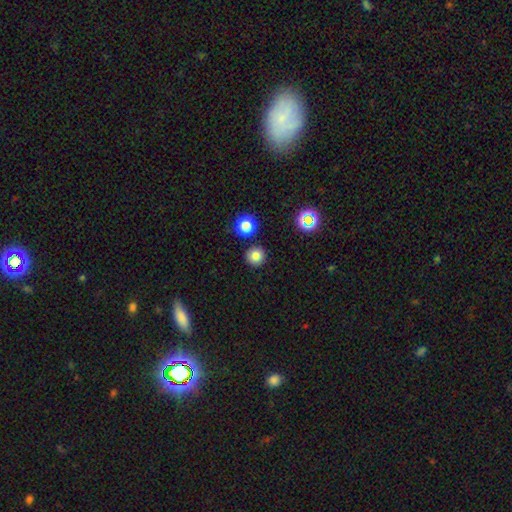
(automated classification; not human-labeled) smooth-or-featured: smooth: 78% | star or artifact: 15% | featured or disk: 6%
  how-rounded: round: 95% | in between: 4% | cigar-shaped: 1%
  merging: none: 89% | minor disturbance: 6% | merger: 4% | major disturbance: 2%